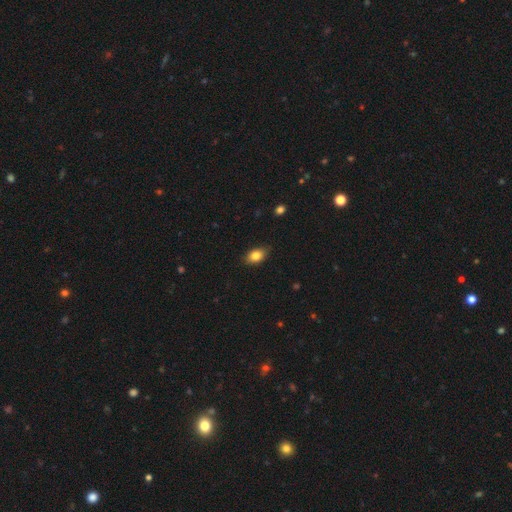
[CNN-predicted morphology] Smooth or featured?
  - smooth: 83% *
  - star or artifact: 8%
  - featured or disk: 8%
How rounded?
  - in between: 82% *
  - round: 16%
  - cigar-shaped: 2%
Merging?
  - none: 82% *
  - minor disturbance: 14%
  - major disturbance: 2%
  - merger: 1%